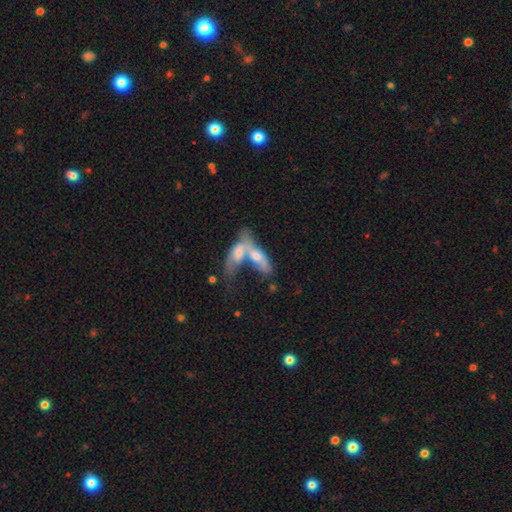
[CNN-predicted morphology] Smooth or featured? smooth (49%)
Merging? merger (76%)